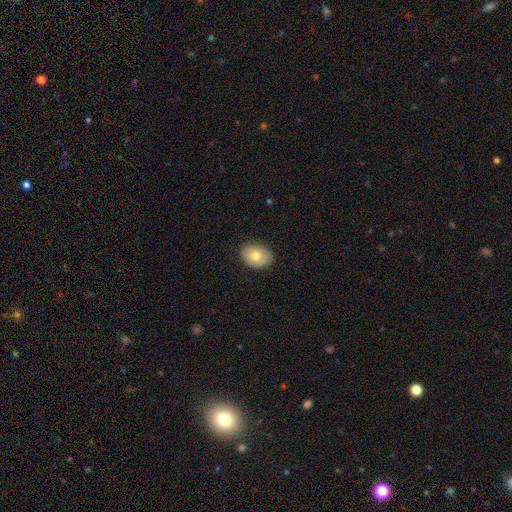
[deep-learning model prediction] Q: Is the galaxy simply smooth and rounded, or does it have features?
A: smooth — 74%.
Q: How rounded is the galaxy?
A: in between — 71%.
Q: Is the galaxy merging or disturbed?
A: none — 84%.